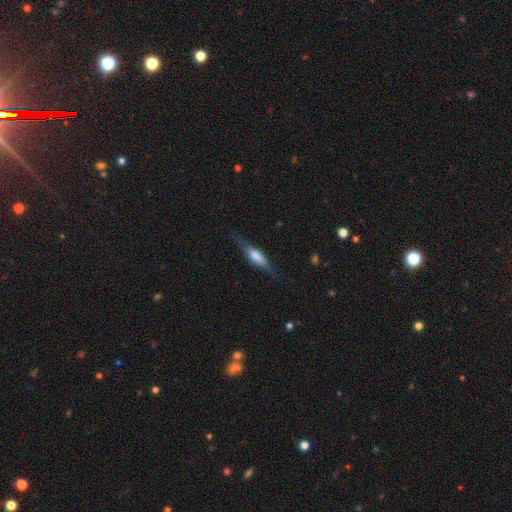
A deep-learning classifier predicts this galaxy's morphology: Smooth or featured?
  - featured or disk: 50% *
  - smooth: 44%
  - star or artifact: 7%
Merging?
  - none: 76% *
  - minor disturbance: 17%
  - major disturbance: 6%
  - merger: 1%